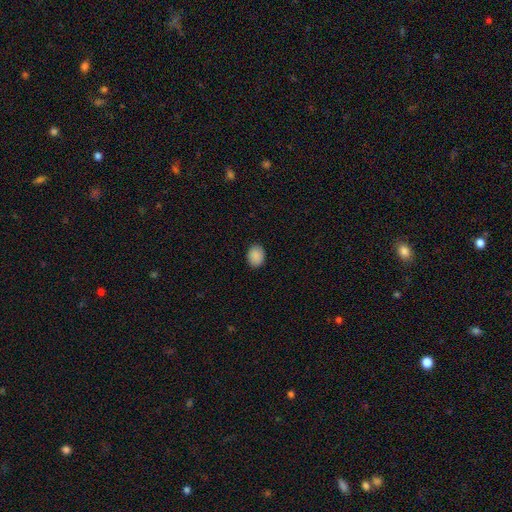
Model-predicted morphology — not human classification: Overall: smooth (90%). How rounded: in between (61%; round 38%). Merging: none (89%).